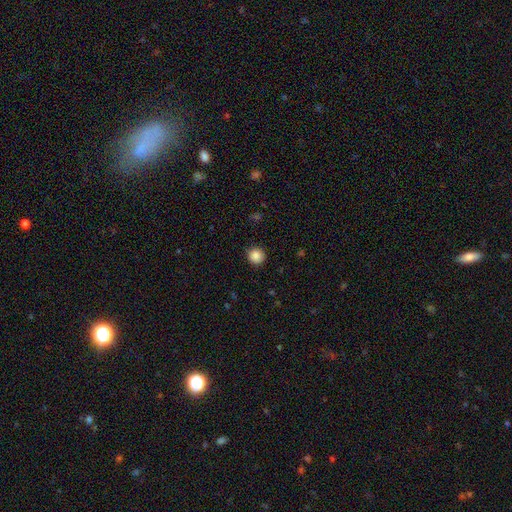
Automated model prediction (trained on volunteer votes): Smooth or featured? smooth (87%)
How rounded? round (94%)
Merging? none (90%)